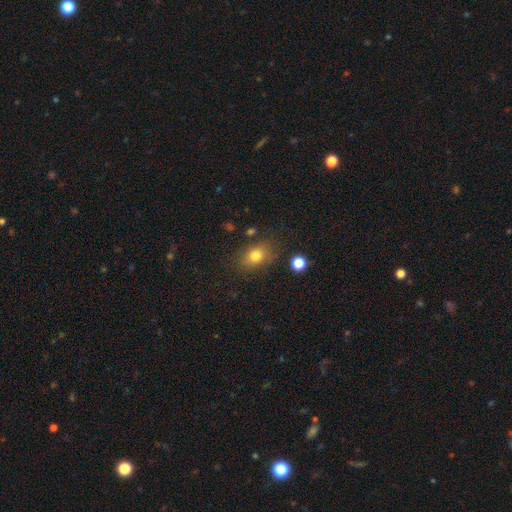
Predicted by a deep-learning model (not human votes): Smooth or featured? Predicted: smooth (p=0.78). How rounded? Predicted: in between (p=0.64). Merging? Predicted: none (p=0.74).